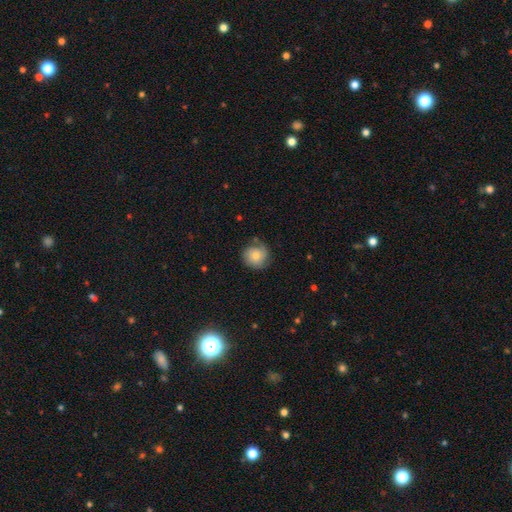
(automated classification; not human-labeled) Morphology: type=smooth (64%); roundness=round (90%); merging=none (72%).